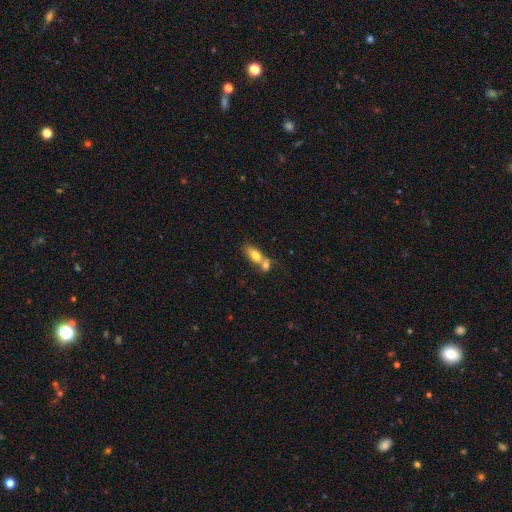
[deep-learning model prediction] smooth 74%, featured or disk 18%, star or artifact 8%. Down the decision tree: how rounded — in between (81%); merging — merger (63%).